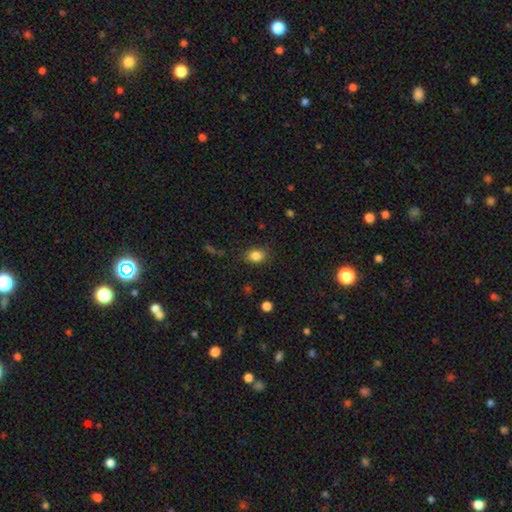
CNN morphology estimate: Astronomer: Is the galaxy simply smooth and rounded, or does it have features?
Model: smooth — 84%.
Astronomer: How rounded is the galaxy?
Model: in between — 66%.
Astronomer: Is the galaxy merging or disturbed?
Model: none — 83%.